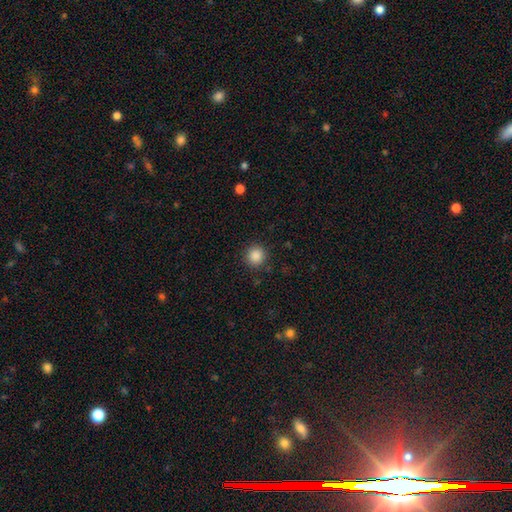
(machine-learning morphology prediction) Q: Smooth or featured?
A: smooth (87%); runner-up: star or artifact (10%)
Q: How rounded?
A: round (93%); runner-up: in between (6%)
Q: Merging?
A: none (90%); runner-up: minor disturbance (7%)